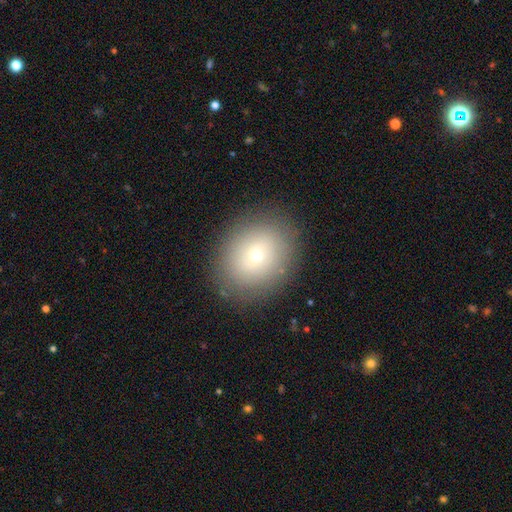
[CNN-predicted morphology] This appears to be a smooth galaxy with no disk features (67%) that is round (55%). Merging: none (86%).